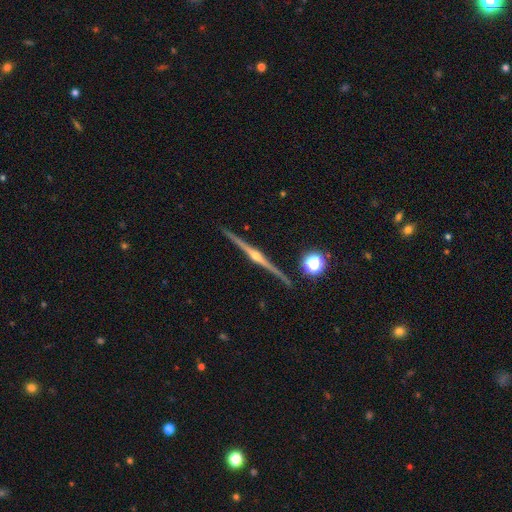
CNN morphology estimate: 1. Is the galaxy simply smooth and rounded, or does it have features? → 88% featured or disk, 6% smooth, 6% star or artifact.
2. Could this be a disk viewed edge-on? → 99% yes, 1% no.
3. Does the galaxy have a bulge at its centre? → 93% rounded, 4% boxy, 3% none.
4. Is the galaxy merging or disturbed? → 92% none, 6% minor disturbance, 1% merger, 1% major disturbance.